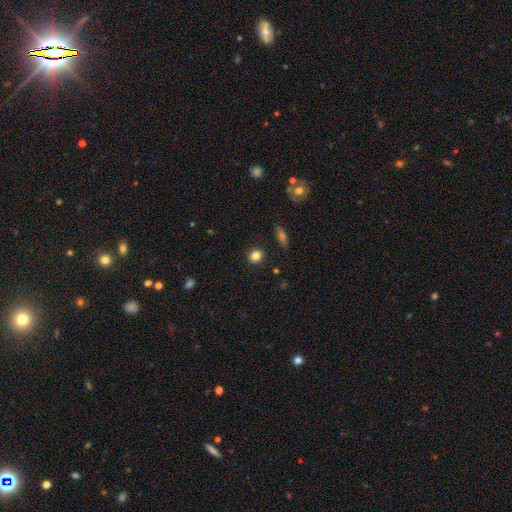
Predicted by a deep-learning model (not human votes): This is clearly a smooth galaxy (84%). How rounded: likely round (77%). Merging: clearly none (89%).